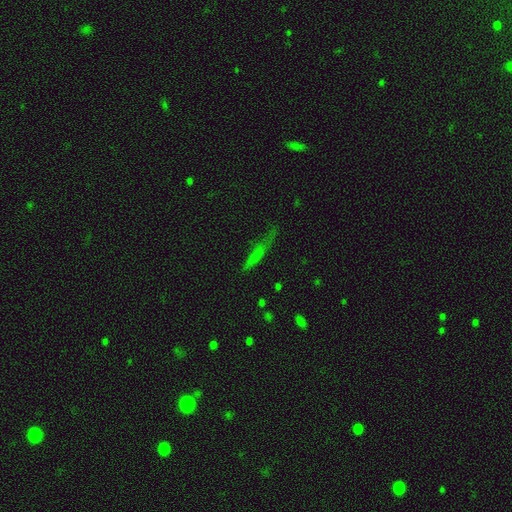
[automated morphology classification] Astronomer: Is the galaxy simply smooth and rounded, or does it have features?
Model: smooth — 57%.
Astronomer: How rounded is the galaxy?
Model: cigar-shaped — 85%.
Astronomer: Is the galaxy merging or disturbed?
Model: none — 61%.